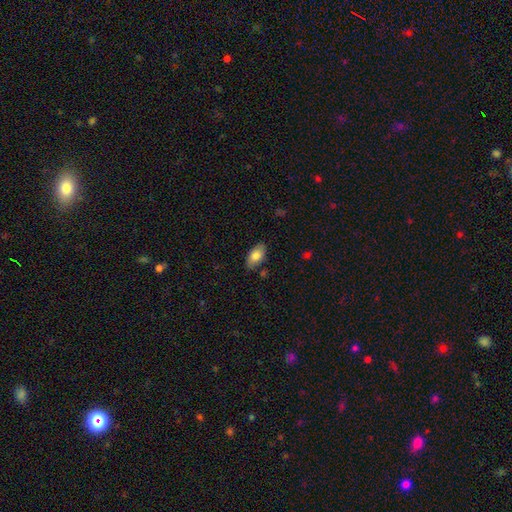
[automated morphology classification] Overall: smooth (81%). How rounded: in between (93%). Merging: none (82%).